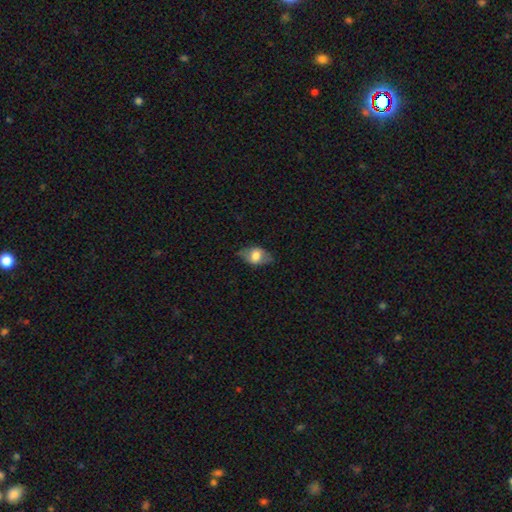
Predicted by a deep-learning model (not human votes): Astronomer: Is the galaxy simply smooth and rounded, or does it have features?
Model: smooth — 55% (runner-up: featured or disk, 37%).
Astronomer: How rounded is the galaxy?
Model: in between — 81%.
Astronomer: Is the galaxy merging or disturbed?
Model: none — 71%.